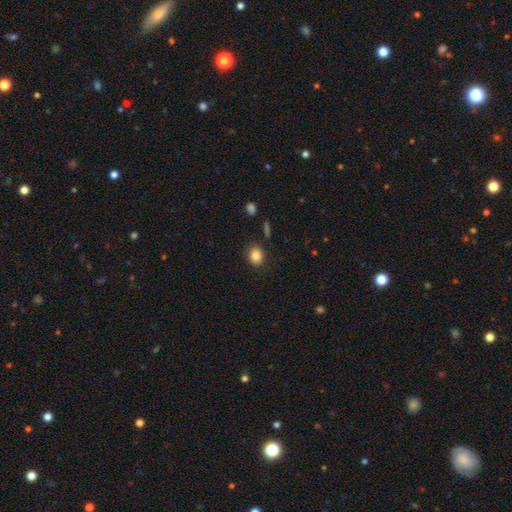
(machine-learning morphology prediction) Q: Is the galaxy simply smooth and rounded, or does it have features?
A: smooth — 84%.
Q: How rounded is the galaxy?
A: round — 58%.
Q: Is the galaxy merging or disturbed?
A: none — 85%.